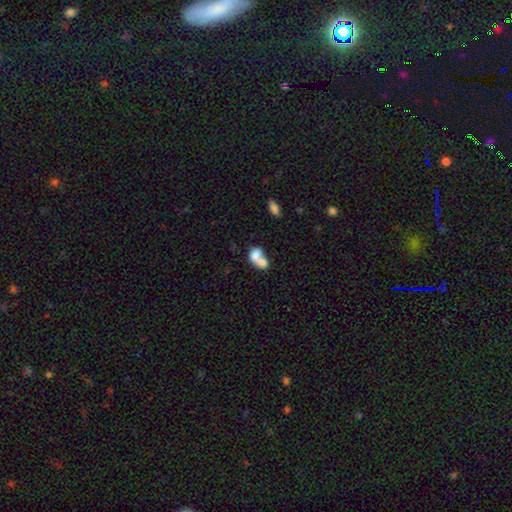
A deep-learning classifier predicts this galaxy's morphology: smooth 71%, featured or disk 20%, star or artifact 9%. Down the decision tree: how rounded — in between (69%); merging — merger (74%).